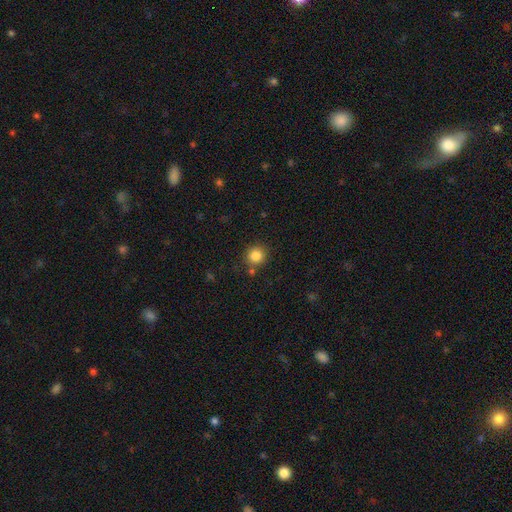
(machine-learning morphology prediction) A smooth galaxy with no disk features (84%) that is round (92%). Merging: none (83%).